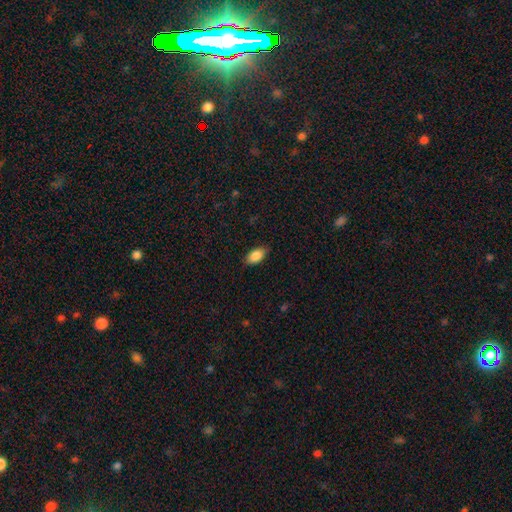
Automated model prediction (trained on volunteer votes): This appears to be a smooth galaxy with no disk features (87%) that is in between round and cigar-shaped (93%). Merging: none (85%).